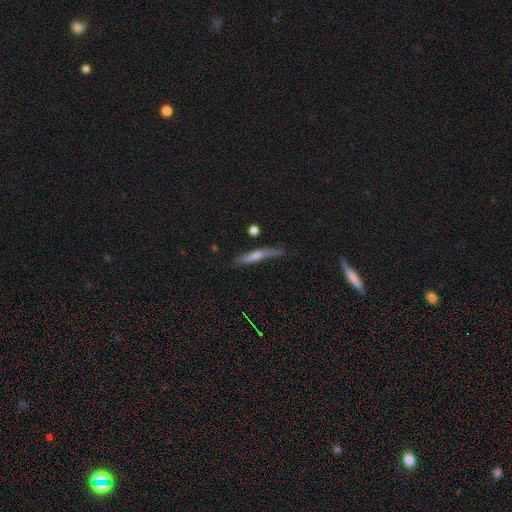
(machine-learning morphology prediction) Overall: featured or disk (49%; smooth 43%). Merging: none (69%).